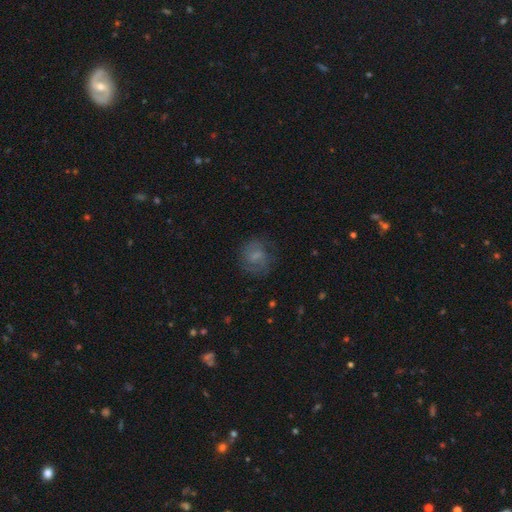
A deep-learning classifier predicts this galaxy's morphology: A smooth galaxy with no disk features (57%) that is round (74%).

Vote fractions:
- Smooth or featured? smooth: 57% / featured or disk: 32% / star or artifact: 11%
- How rounded? round: 74% / in between: 25% / cigar-shaped: 1%
- Merging? none: 68% / minor disturbance: 19% / major disturbance: 11% / merger: 2%